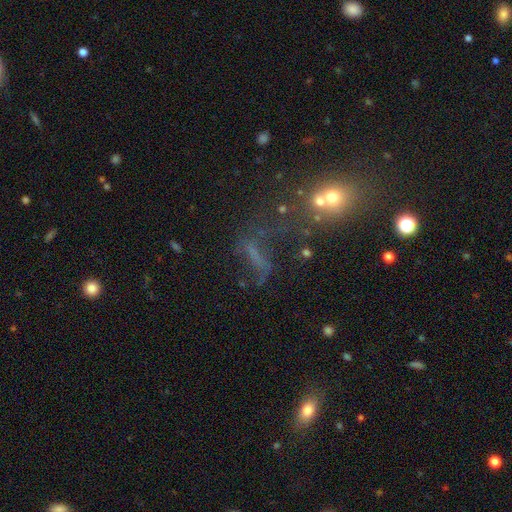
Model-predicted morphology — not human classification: Smooth or featured? Predicted: smooth (p=0.36). Merging? Predicted: none (p=0.36).